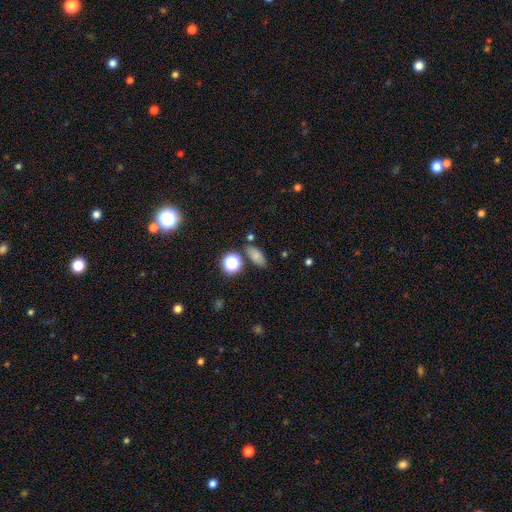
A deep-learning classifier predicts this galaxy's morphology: type=smooth (74%); roundness=in between (79%); merging=none (75%).